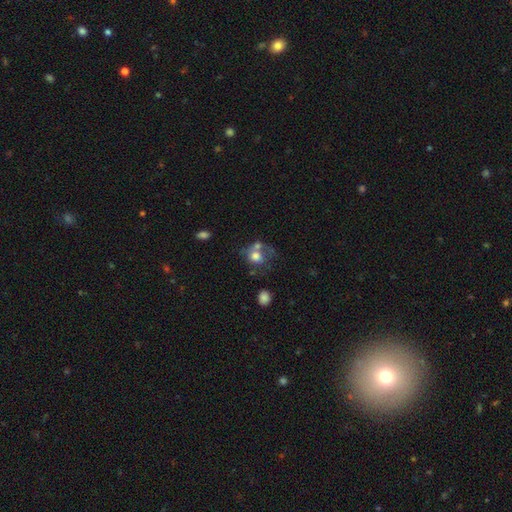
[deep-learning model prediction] Smooth or featured: smooth — 69% (featured or disk — 21%)
How rounded: round — 68% (in between — 31%)
Merging: merger — 36% (none — 33%)